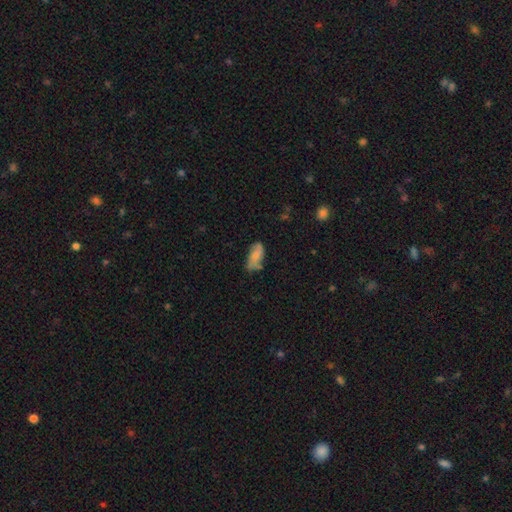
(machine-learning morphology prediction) This is likely a smooth galaxy (64%). How rounded: clearly in between (86%). Merging: possibly none (55%).